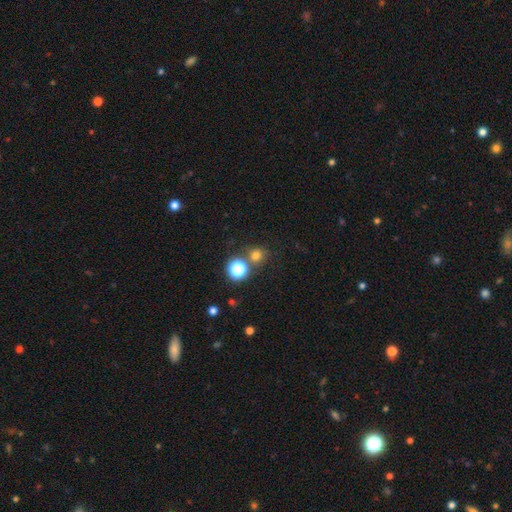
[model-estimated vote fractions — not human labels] A smooth galaxy with no disk features (71%) that is round (87%).

Vote fractions:
- Smooth or featured? smooth: 71% / star or artifact: 22% / featured or disk: 7%
- How rounded? round: 87% / in between: 12% / cigar-shaped: 1%
- Merging? none: 71% / merger: 16% / minor disturbance: 9% / major disturbance: 4%